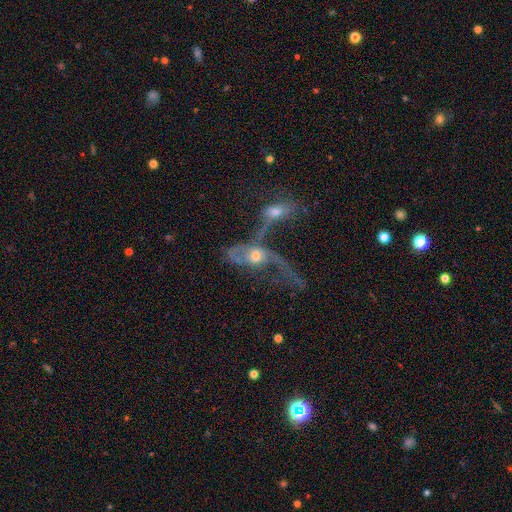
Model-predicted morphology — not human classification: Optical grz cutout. It shows a featured or disk galaxy (64%) with no bar (73%), spiral arms (63%) and a moderate central bulge (60%). Merging: merger (66%).